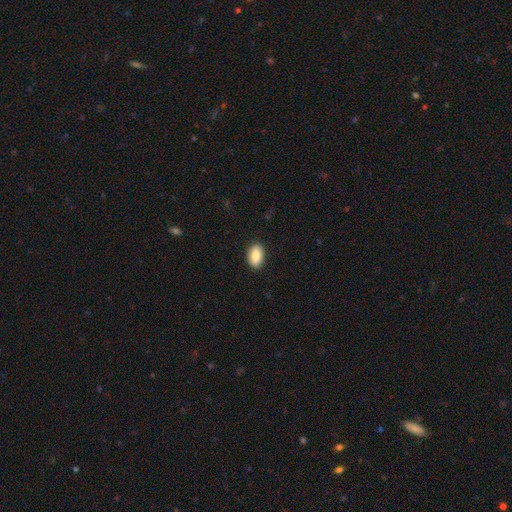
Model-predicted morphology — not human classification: smooth_or_featured: smooth (p=0.86) [alt: featured or disk p=0.07]
how_rounded: in between (p=0.91) [alt: round p=0.07]
merging: none (p=0.89) [alt: minor disturbance p=0.09]